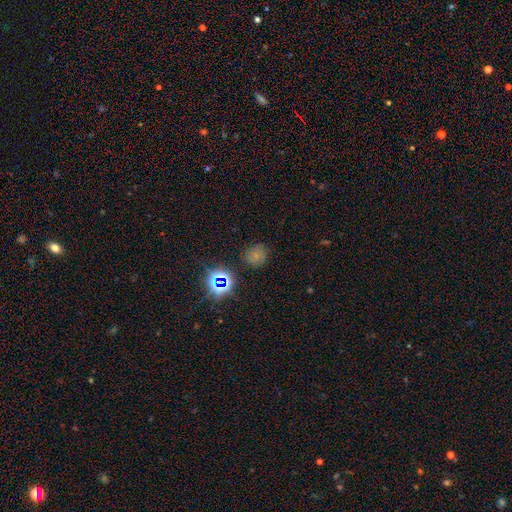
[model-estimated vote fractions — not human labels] smooth_or_featured: smooth (p=0.49) [alt: star or artifact p=0.35]
merging: none (p=0.78) [alt: minor disturbance p=0.15]